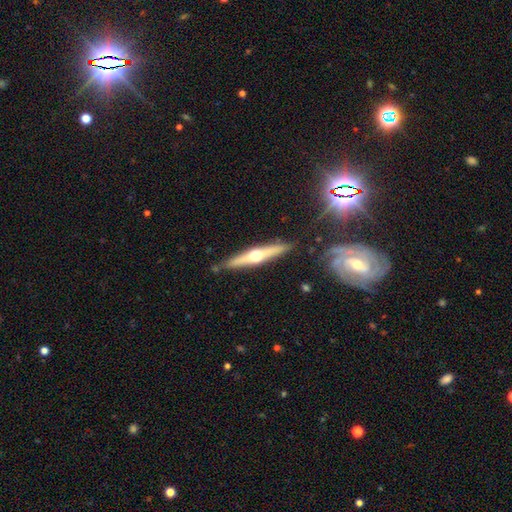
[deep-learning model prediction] Smooth or featured: featured or disk — 68% (smooth — 27%)
Edge-on disk: yes — 96% (no — 4%)
Edge-on bulge: rounded — 94% (none — 3%)
Merging: none — 85% (minor disturbance — 10%)